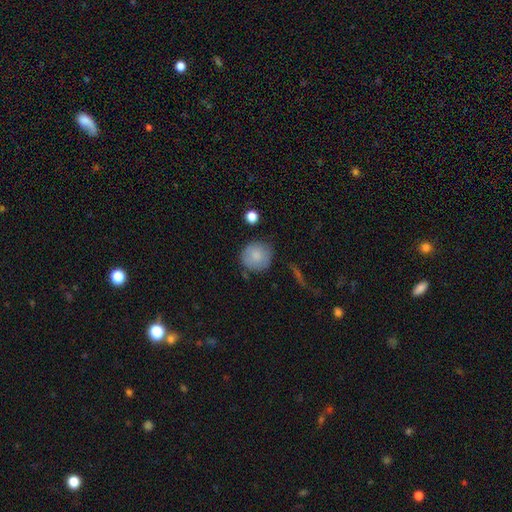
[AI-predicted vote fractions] A smooth galaxy with no disk features (82%) that is round (90%).

Vote fractions:
- Smooth or featured? smooth: 82% / featured or disk: 10% / star or artifact: 7%
- How rounded? round: 90% / in between: 9% / cigar-shaped: 1%
- Merging? none: 75% / minor disturbance: 17% / major disturbance: 4% / merger: 3%